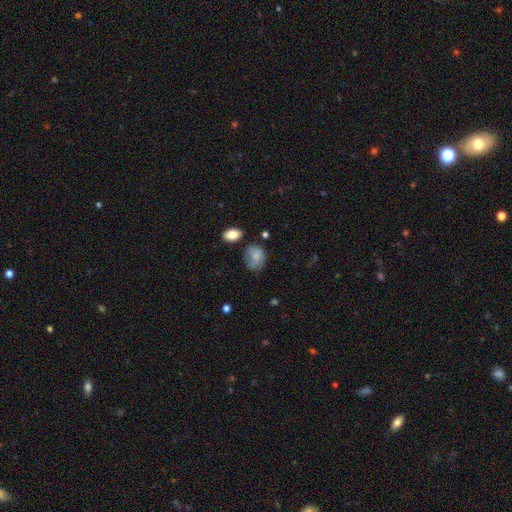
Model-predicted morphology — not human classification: smooth_or_featured: smooth (p=0.77) [alt: featured or disk p=0.14]
how_rounded: in between (p=0.61) [alt: round p=0.38]
merging: none (p=0.46) [alt: minor disturbance p=0.35]